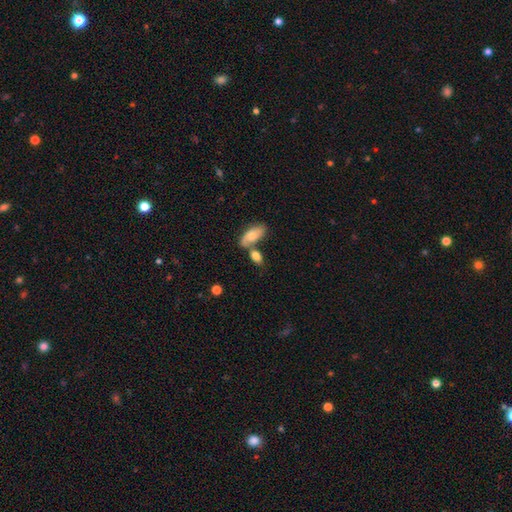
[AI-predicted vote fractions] A smooth galaxy with no disk features (80%) that is in between round and cigar-shaped (80%). Merging: none (48%).